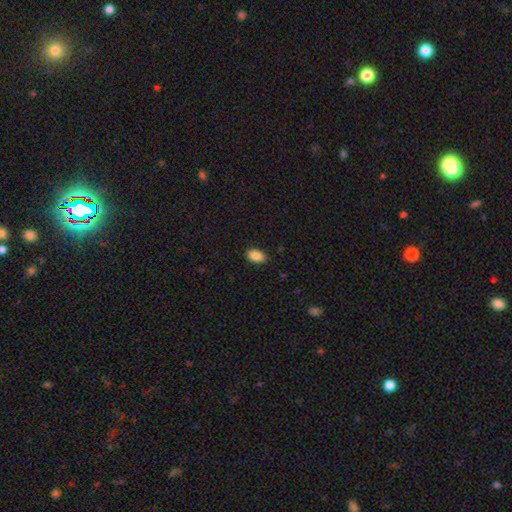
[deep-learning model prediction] smooth_or_featured: smooth (p=0.88) [alt: star or artifact p=0.08]
how_rounded: in between (p=0.90) [alt: round p=0.08]
merging: none (p=0.84) [alt: minor disturbance p=0.13]